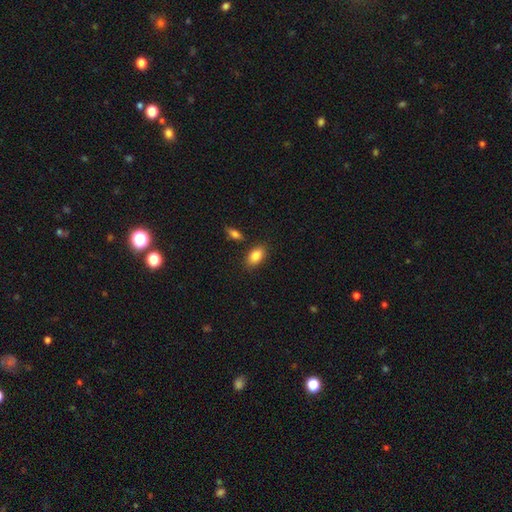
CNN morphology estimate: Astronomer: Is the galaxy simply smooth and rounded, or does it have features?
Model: smooth — 86%.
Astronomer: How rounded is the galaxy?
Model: in between — 88%.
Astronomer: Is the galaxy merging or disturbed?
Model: none — 82%.